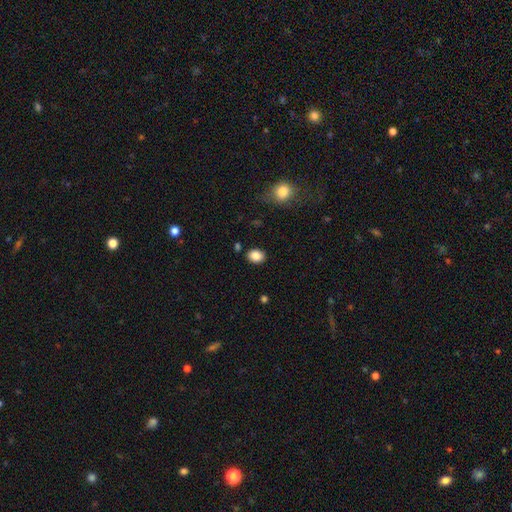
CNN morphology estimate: Smooth or featured? smooth (86%)
How rounded? in between (63%)
Merging? none (86%)